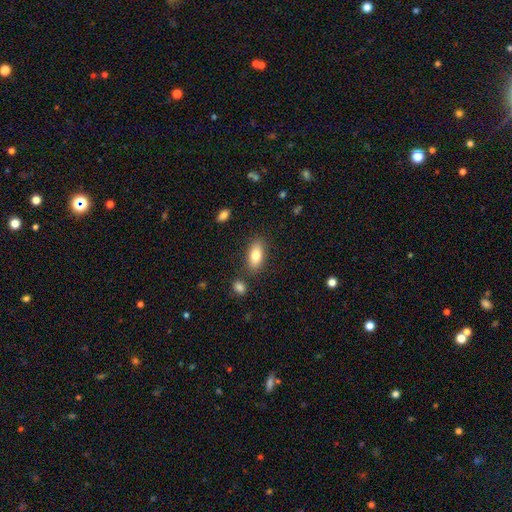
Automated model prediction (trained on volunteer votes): Smooth or featured: smooth — 80% (featured or disk — 13%)
How rounded: in between — 87% (cigar-shaped — 9%)
Merging: none — 82% (minor disturbance — 11%)